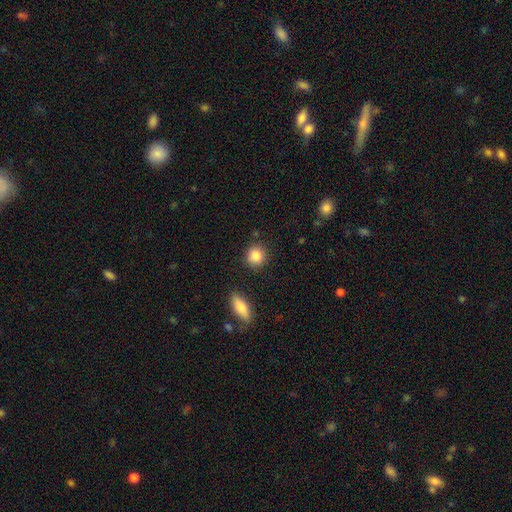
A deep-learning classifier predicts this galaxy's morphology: Smooth or featured? Predicted: smooth (p=0.86). How rounded? Predicted: round (p=0.84). Merging? Predicted: none (p=0.85).